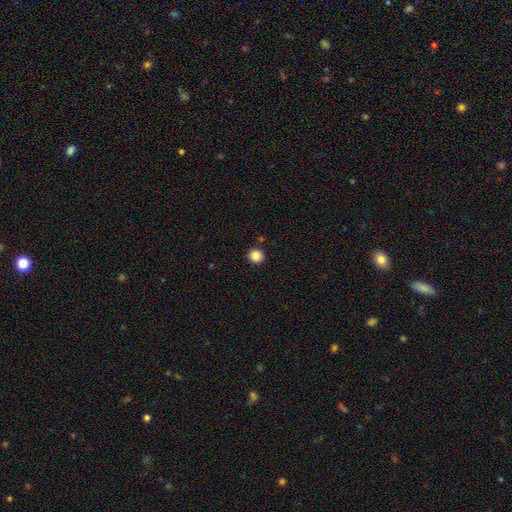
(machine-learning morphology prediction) smooth 87%, star or artifact 10%, featured or disk 3%. Down the decision tree: how rounded — round (92%); merging — none (90%).